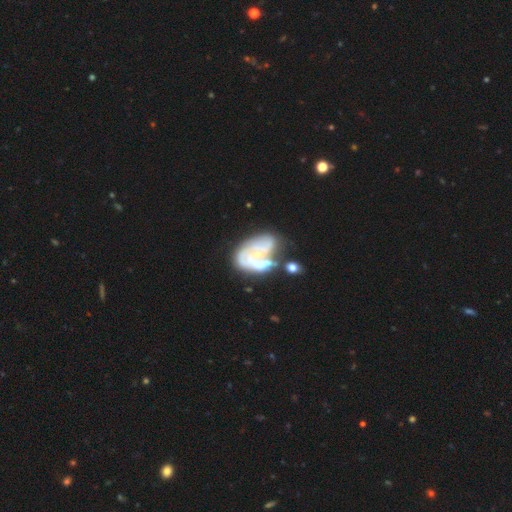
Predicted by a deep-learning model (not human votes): Smooth or featured: featured or disk — 72% (smooth — 19%)
Edge-on disk: no — 97% (yes — 3%)
Bar: no — 74% (weak — 20%)
Spiral arms: yes — 62% (no — 38%)
Bulge size: small — 55% (moderate — 25%)
Merging: merger — 35% (none — 26%)